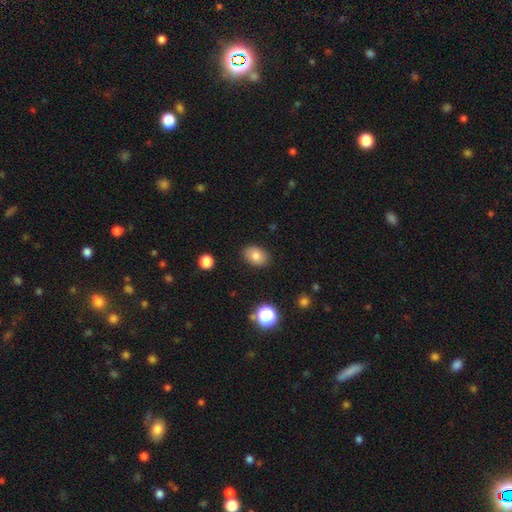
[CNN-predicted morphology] This appears to be a smooth galaxy with no disk features (81%) that is in between round and cigar-shaped (81%). Merging: none (87%).